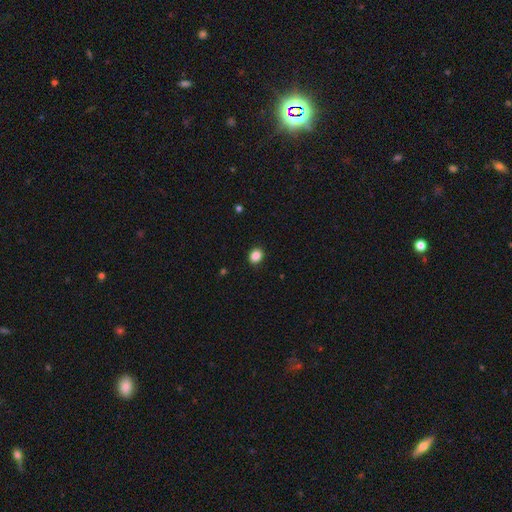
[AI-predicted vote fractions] Overall: smooth (87%). How rounded: round (56%; in between 43%). Merging: none (90%).